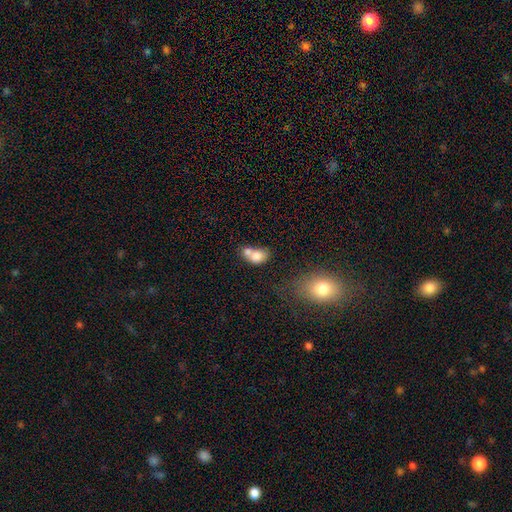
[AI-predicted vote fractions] Overall: smooth (73%). How rounded: in between (67%; round 31%). Merging: merger (68%).